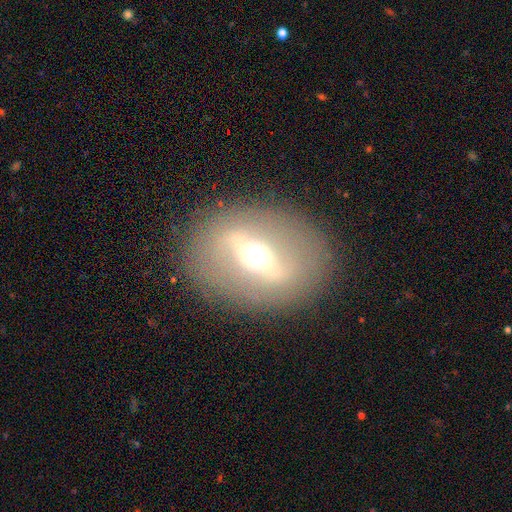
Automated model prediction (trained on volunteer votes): smooth_or_featured: featured or disk (p=0.67) [alt: smooth p=0.24]
disk_edge_on: no (p=0.79) [alt: yes p=0.21]
bar: strong (p=0.64) [alt: weak p=0.26]
has_spiral_arms: no (p=0.78) [alt: yes p=0.22]
bulge_size: moderate (p=0.67) [alt: large p=0.18]
merging: none (p=0.85) [alt: minor disturbance p=0.09]